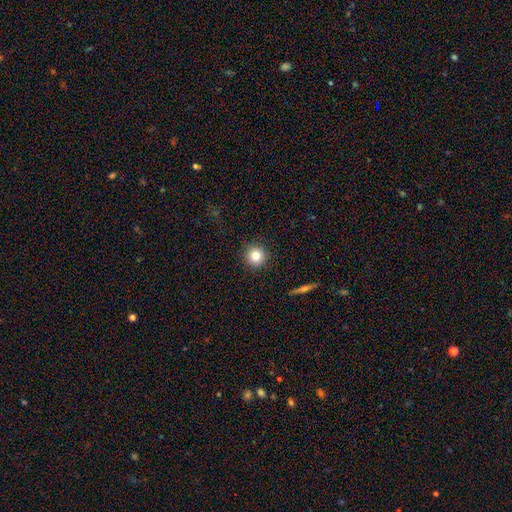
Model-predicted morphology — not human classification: type=smooth (81%); roundness=round (95%); merging=none (92%).